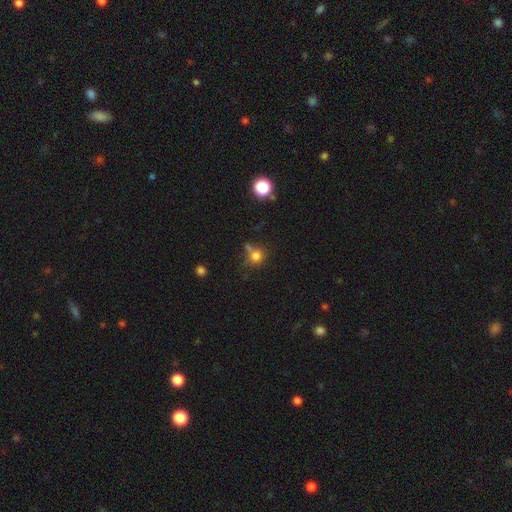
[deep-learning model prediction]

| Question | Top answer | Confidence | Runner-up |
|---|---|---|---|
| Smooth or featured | smooth | 77% | star or artifact (15%) |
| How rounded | round | 84% | in between (15%) |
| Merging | none | 57% | merger (19%) |